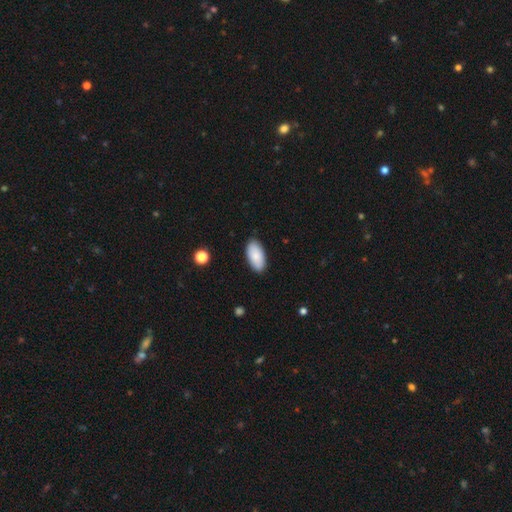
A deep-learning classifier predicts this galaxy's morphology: Overall: smooth (85%). How rounded: in between (94%). Merging: none (87%).